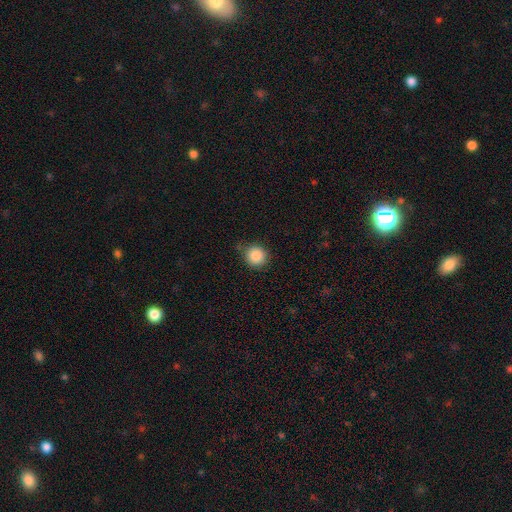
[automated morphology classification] Smooth or featured: smooth — 87% (star or artifact — 9%)
How rounded: round — 92% (in between — 7%)
Merging: none — 79% (minor disturbance — 16%)